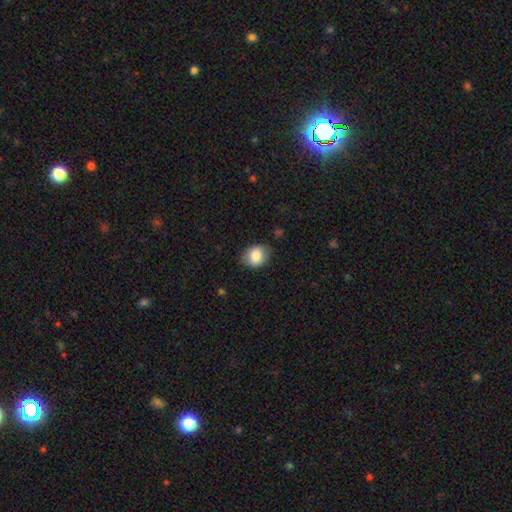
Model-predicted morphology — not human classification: Q: Smooth or featured?
A: smooth (83%); runner-up: featured or disk (10%)
Q: How rounded?
A: in between (58%); runner-up: round (41%)
Q: Merging?
A: none (80%); runner-up: minor disturbance (15%)